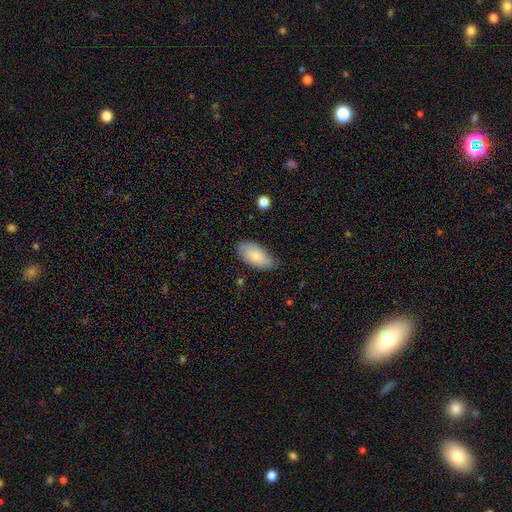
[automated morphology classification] Overall: smooth (79%). How rounded: in between (94%). Merging: none (75%).